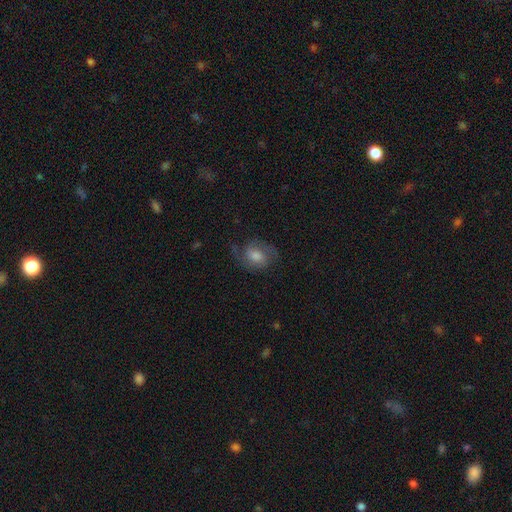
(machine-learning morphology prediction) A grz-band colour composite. It shows a featured or disk galaxy (63%) with no bar (53%), 2 (83%) medium (50%) spiral arms (90%) and a moderate central bulge (49%). Merging: none (69%).